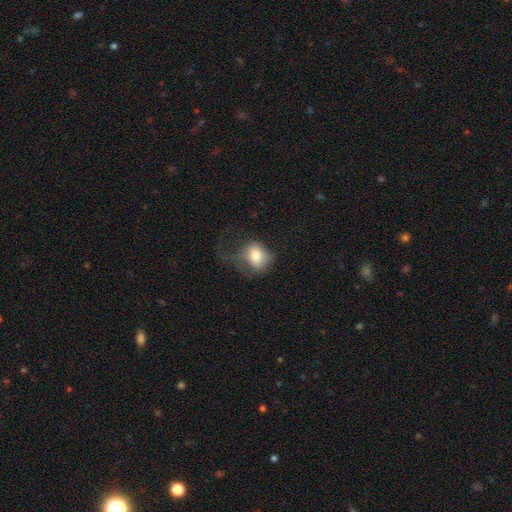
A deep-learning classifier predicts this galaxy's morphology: Smooth or featured? smooth (74%)
How rounded? in between (53%)
Merging? major disturbance (45%)